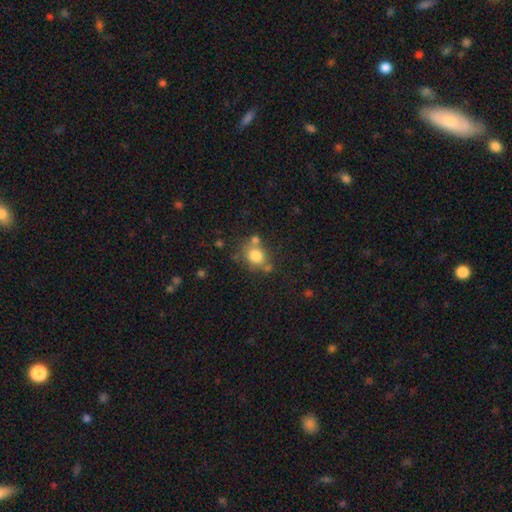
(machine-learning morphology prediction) type=smooth (79%); roundness=round (70%); merging=none (59%).